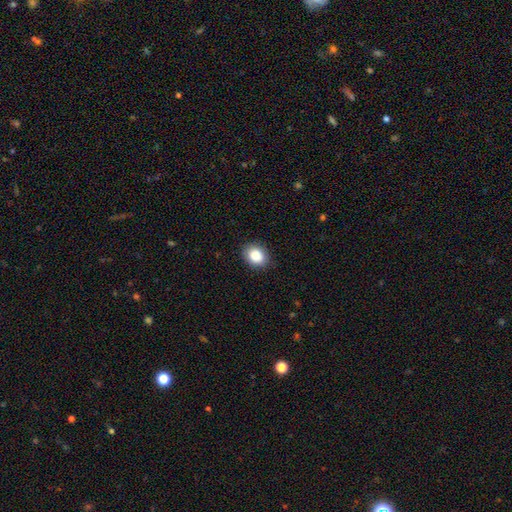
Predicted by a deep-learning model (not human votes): Morphology: type=smooth (87%); roundness=in between (53%); merging=none (87%).